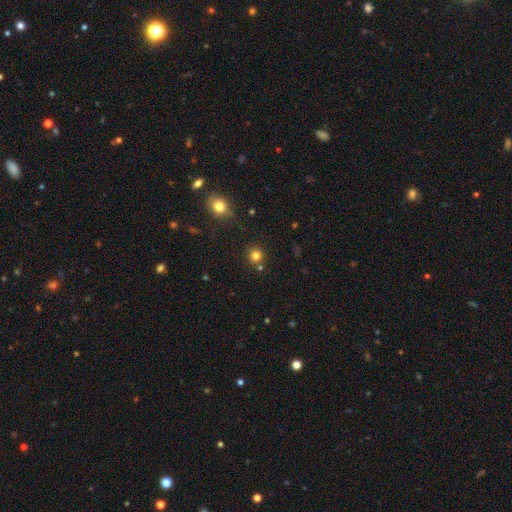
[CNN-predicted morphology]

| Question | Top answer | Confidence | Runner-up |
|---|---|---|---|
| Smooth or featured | smooth | 80% | star or artifact (15%) |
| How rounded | round | 92% | in between (7%) |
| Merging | none | 82% | merger (8%) |